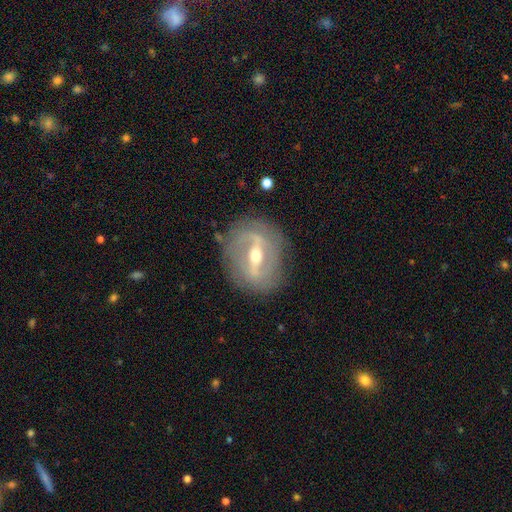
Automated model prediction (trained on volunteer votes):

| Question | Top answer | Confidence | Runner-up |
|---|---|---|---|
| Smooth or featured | featured or disk | 82% | smooth (12%) |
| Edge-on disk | no | 88% | yes (12%) |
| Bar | strong | 66% | weak (26%) |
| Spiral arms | yes | 70% | no (30%) |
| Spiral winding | tight | 41% | medium (36%) |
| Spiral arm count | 2 | 69% | can't tell (18%) |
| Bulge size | moderate | 65% | small (30%) |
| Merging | none | 81% | minor disturbance (13%) |